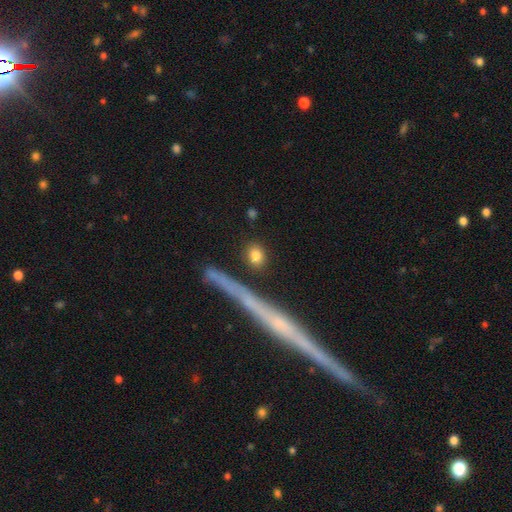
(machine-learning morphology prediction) This appears to be a smooth galaxy with no disk features (82%) that is round (50%). Merging: none (86%).